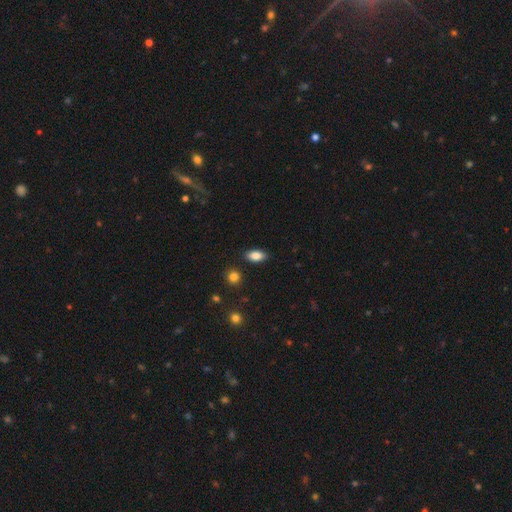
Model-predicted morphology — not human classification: Smooth or featured: smooth — 86% (star or artifact — 8%)
How rounded: in between — 90% (round — 5%)
Merging: none — 86% (minor disturbance — 10%)